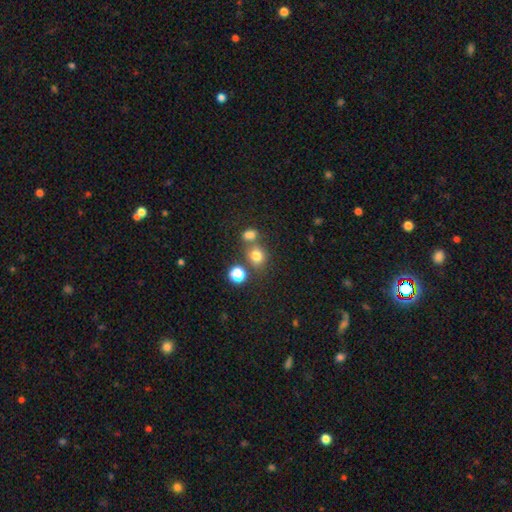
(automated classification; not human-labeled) The model was most divided on "merging": none: 57%, merger: 27%, minor disturbance: 11%, major disturbance: 5%. More confident: smooth or featured — smooth (74%); how rounded — round (72%).